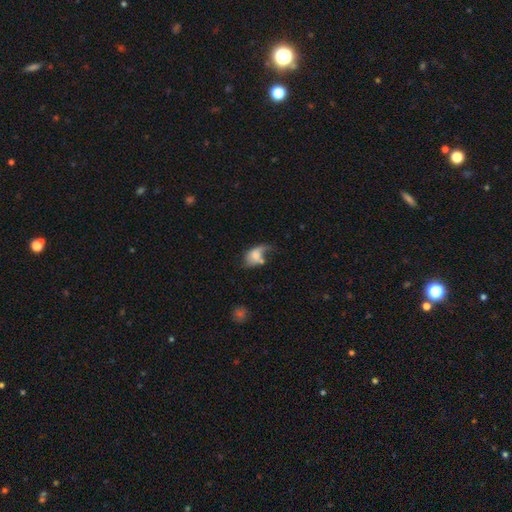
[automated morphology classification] Smooth or featured? Predicted: smooth (p=0.54). How rounded? Predicted: in between (p=0.80). Merging? Predicted: major disturbance (p=0.35).